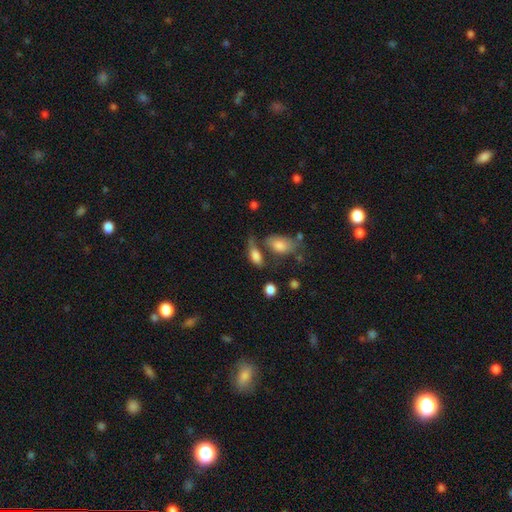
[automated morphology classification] type=smooth (77%); roundness=in between (84%); merging=none (42%).